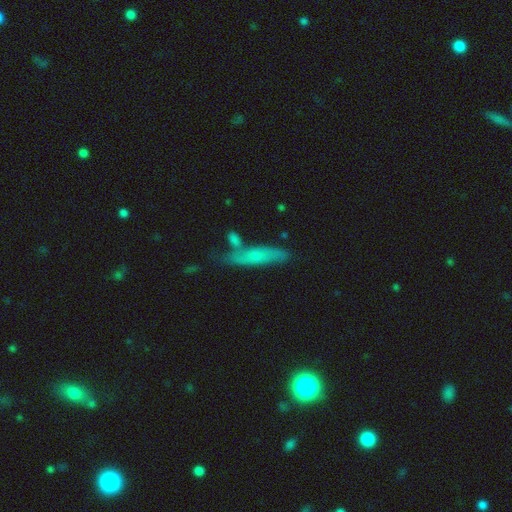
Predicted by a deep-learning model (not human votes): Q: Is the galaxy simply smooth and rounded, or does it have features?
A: smooth — 58%.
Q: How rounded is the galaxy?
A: cigar-shaped — 76%.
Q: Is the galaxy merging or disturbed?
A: none — 58%.